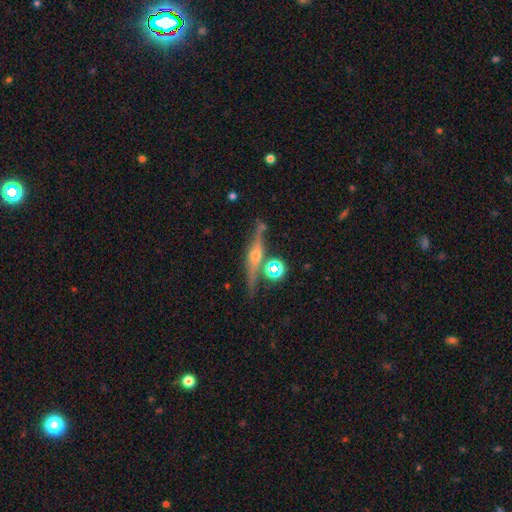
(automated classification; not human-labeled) A featured or disk galaxy (78%) viewed edge-on (95%) with a rounded central bulge (91%).

Vote fractions:
- Smooth or featured? featured or disk: 78% / smooth: 12% / star or artifact: 9%
- Edge-on disk? yes: 95% / no: 5%
- Edge-on bulge? rounded: 91% / boxy: 5% / none: 4%
- Merging? none: 77% / minor disturbance: 13% / merger: 7% / major disturbance: 4%